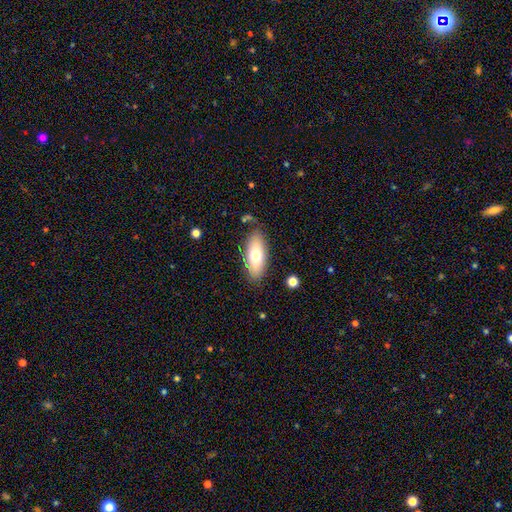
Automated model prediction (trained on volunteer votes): Overall: smooth (70%). How rounded: in between (79%). Merging: none (82%).